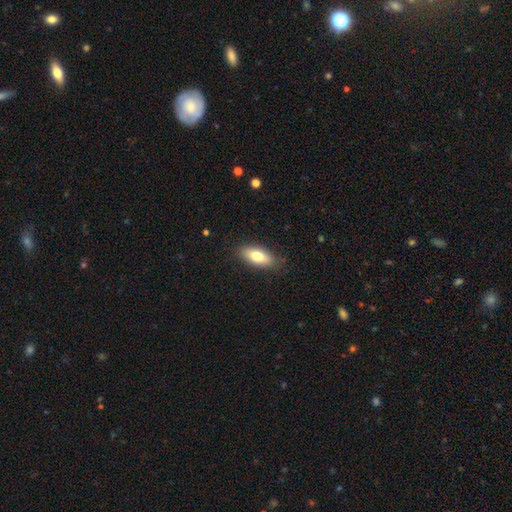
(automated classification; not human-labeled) Q: Smooth or featured?
A: smooth (75%); runner-up: featured or disk (18%)
Q: How rounded?
A: in between (82%); runner-up: cigar-shaped (15%)
Q: Merging?
A: none (84%); runner-up: minor disturbance (12%)